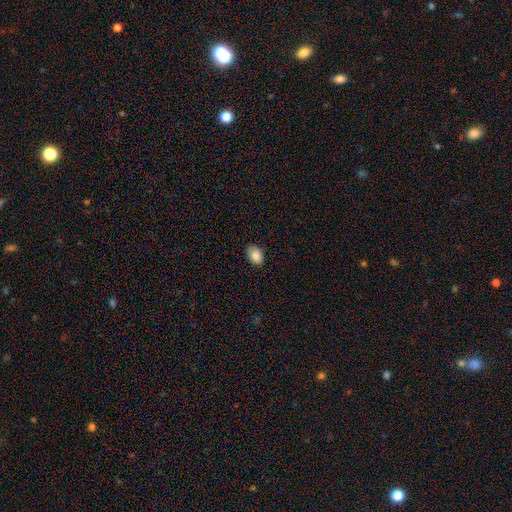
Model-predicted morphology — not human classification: Q: Smooth or featured?
A: smooth (88%); runner-up: star or artifact (8%)
Q: How rounded?
A: in between (77%); runner-up: round (22%)
Q: Merging?
A: none (82%); runner-up: minor disturbance (15%)